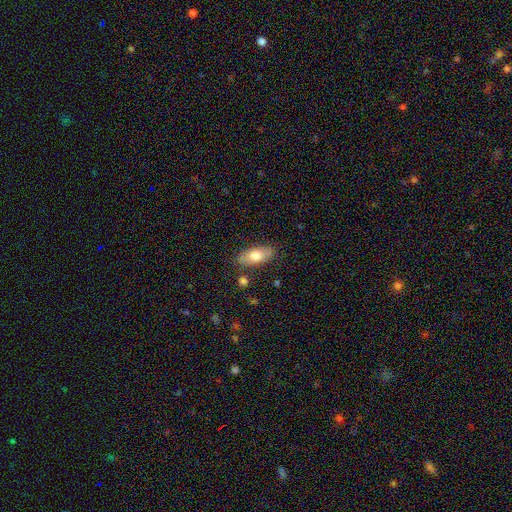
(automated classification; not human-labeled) Q: Smooth or featured?
A: smooth (73%); runner-up: featured or disk (21%)
Q: How rounded?
A: in between (82%); runner-up: cigar-shaped (15%)
Q: Merging?
A: none (83%); runner-up: minor disturbance (11%)